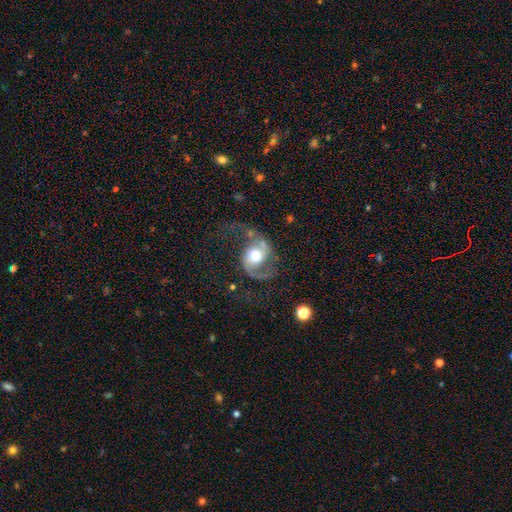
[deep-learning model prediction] Smooth or featured?
  - featured or disk: 86% *
  - smooth: 8%
  - star or artifact: 5%
Edge-on disk?
  - no: 98% *
  - yes: 2%
Bar?
  - no: 59% *
  - weak: 30%
  - strong: 11%
Spiral arms?
  - yes: 96% *
  - no: 4%
Spiral winding?
  - loose: 53% *
  - medium: 40%
  - tight: 7%
Spiral arm count?
  - 2: 91% *
  - 1: 4%
  - can't tell: 2%
  - 3: 1%
  - 4: 1%
  - more than 4: 1%
Bulge size?
  - moderate: 53% *
  - large: 35%
  - small: 6%
  - dominant: 5%
  - none: 1%
Merging?
  - none: 57% *
  - major disturbance: 24%
  - minor disturbance: 17%
  - merger: 3%